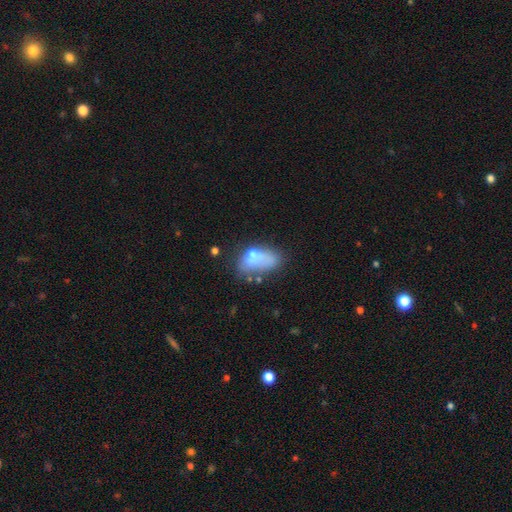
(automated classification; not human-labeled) The model was most divided on "merging": none: 27%, major disturbance: 25%, merger: 24%, minor disturbance: 23%. More confident: how rounded — in between (87%); smooth or featured — smooth (60%).